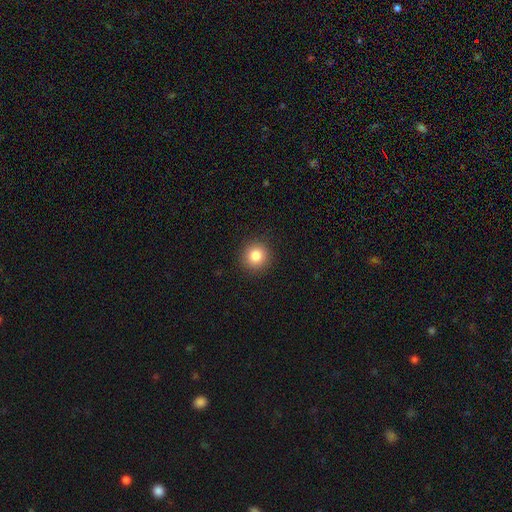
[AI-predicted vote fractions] Smooth or featured? Predicted: smooth (p=0.83). How rounded? Predicted: round (p=0.93). Merging? Predicted: none (p=0.92).